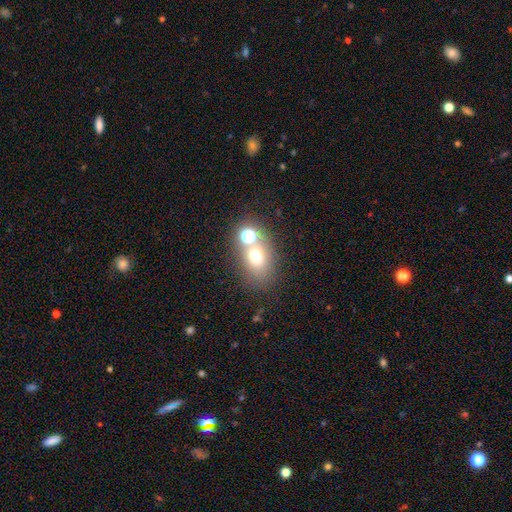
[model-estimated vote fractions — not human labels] Overall: smooth (64%). How rounded: in between (56%; round 43%). Merging: none (55%; merger 27%).